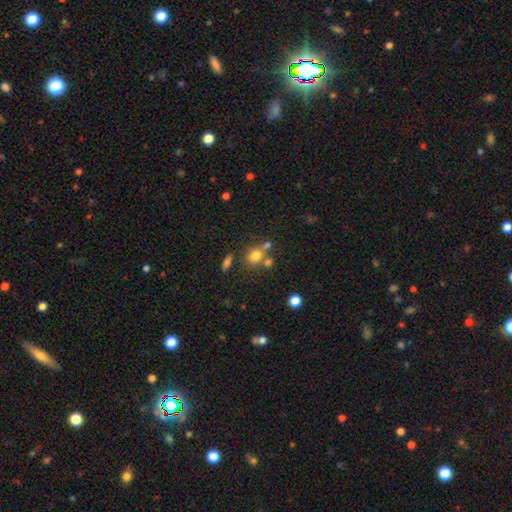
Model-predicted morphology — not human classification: smooth-or-featured: smooth: 75% | star or artifact: 15% | featured or disk: 11%
  how-rounded: round: 76% | in between: 23% | cigar-shaped: 1%
  merging: none: 55% | merger: 29% | minor disturbance: 12% | major disturbance: 5%